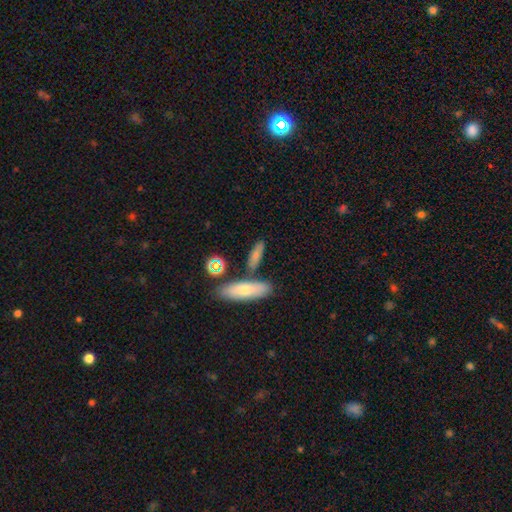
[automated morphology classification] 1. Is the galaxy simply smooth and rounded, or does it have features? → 75% smooth, 15% featured or disk, 10% star or artifact.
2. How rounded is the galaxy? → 50% cigar-shaped, 44% in between, 6% round.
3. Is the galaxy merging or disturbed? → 71% none, 13% merger, 12% minor disturbance, 4% major disturbance.